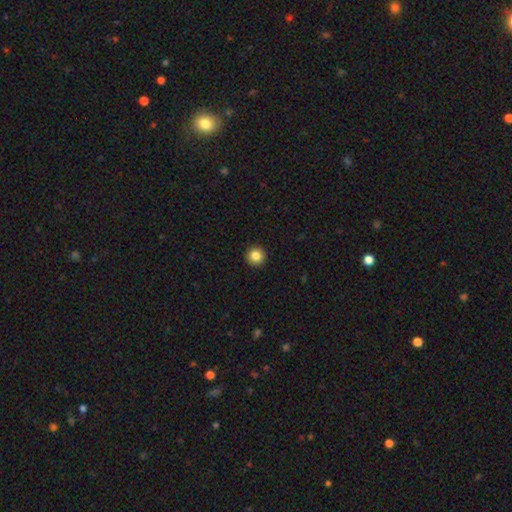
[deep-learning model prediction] smooth-or-featured: smooth: 84% | star or artifact: 11% | featured or disk: 5%
  how-rounded: round: 96% | in between: 3% | cigar-shaped: 1%
  merging: none: 94% | minor disturbance: 4% | major disturbance: 1% | merger: 1%